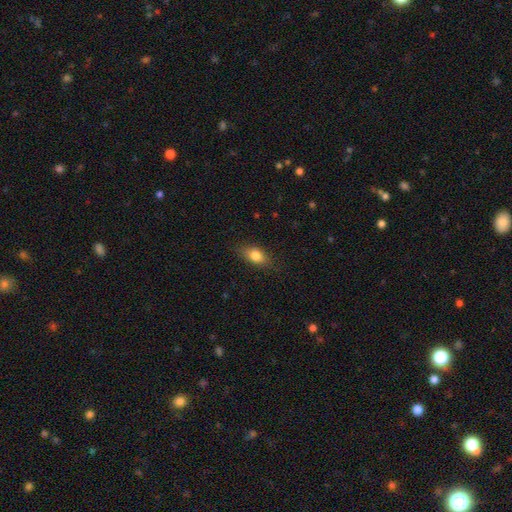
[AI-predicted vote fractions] Smooth or featured?
  - smooth: 81% *
  - featured or disk: 11%
  - star or artifact: 8%
How rounded?
  - in between: 80% *
  - round: 12%
  - cigar-shaped: 7%
Merging?
  - none: 80% *
  - minor disturbance: 15%
  - major disturbance: 4%
  - merger: 1%